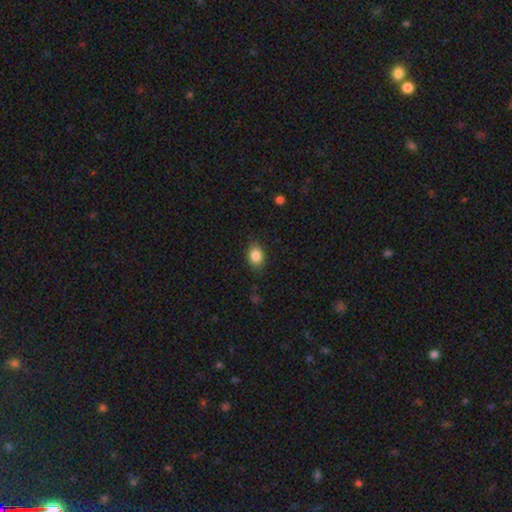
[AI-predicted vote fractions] Smooth or featured? smooth (86%)
How rounded? in between (65%)
Merging? none (83%)